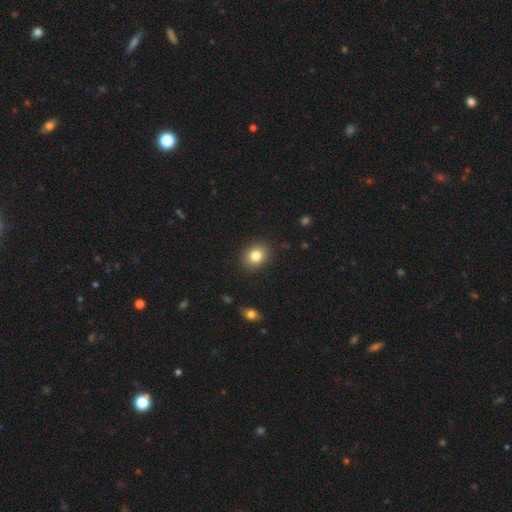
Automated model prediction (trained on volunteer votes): Smooth or featured? smooth (82%)
How rounded? round (52%)
Merging? none (89%)